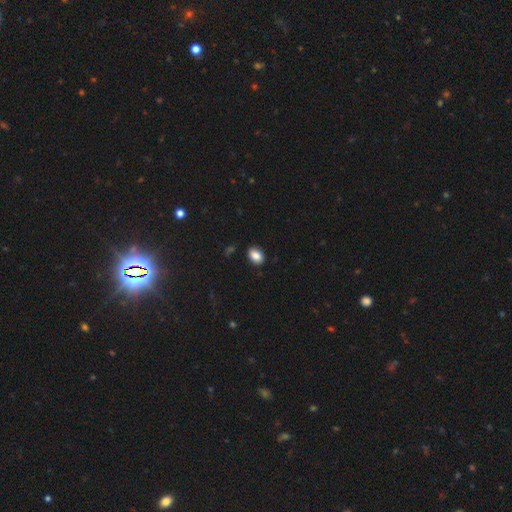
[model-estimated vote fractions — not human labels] This is clearly a smooth galaxy (87%). How rounded: likely in between (78%). Merging: clearly none (88%).